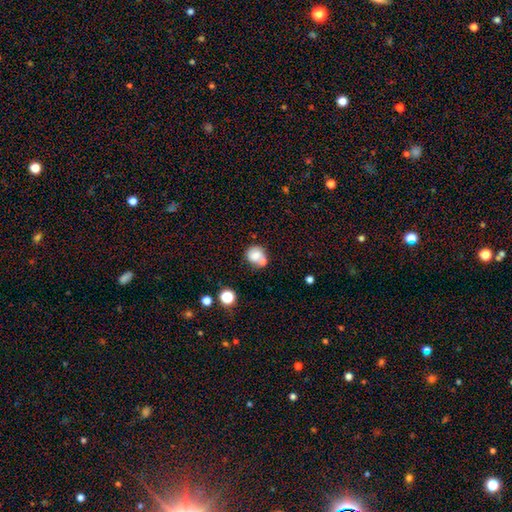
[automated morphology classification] A smooth galaxy with no disk features (74%) that is round (77%).

Vote fractions:
- Smooth or featured? smooth: 74% / featured or disk: 16% / star or artifact: 10%
- How rounded? round: 77% / in between: 22% / cigar-shaped: 1%
- Merging? none: 42% / merger: 38% / minor disturbance: 14% / major disturbance: 6%